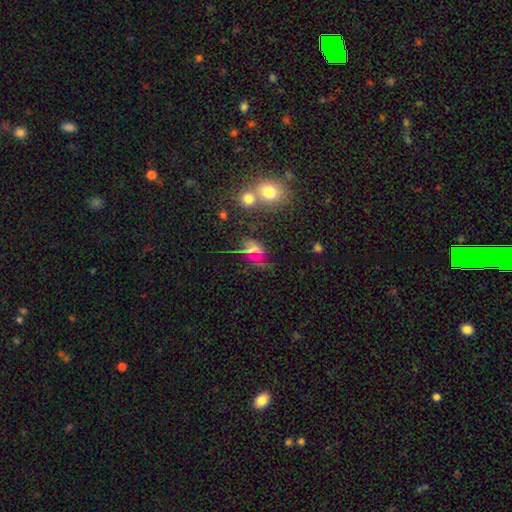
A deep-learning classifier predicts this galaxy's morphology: smooth 45%, star or artifact 33%, featured or disk 21%. Down the decision tree: merging — none (52%).